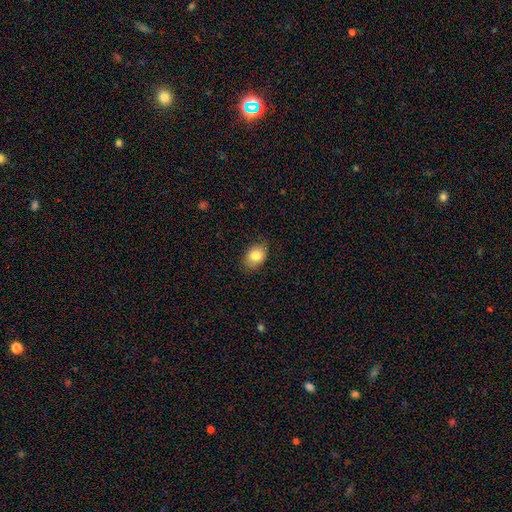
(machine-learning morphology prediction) Smooth or featured?
  - smooth: 83% *
  - featured or disk: 9%
  - star or artifact: 8%
How rounded?
  - in between: 72% *
  - round: 27%
  - cigar-shaped: 1%
Merging?
  - none: 80% *
  - minor disturbance: 16%
  - major disturbance: 3%
  - merger: 1%